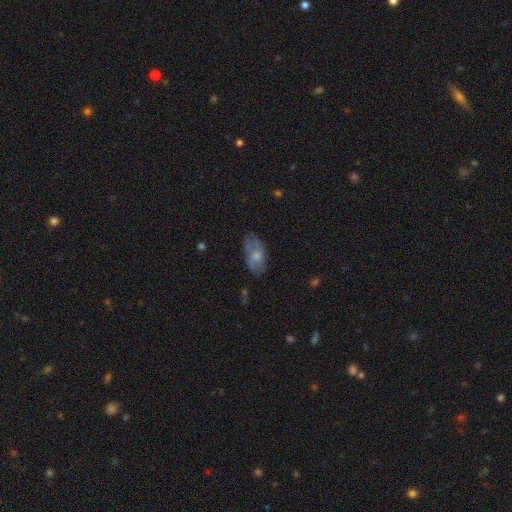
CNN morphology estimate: Smooth or featured: smooth — 57% (featured or disk — 36%)
How rounded: in between — 92% (round — 4%)
Merging: none — 59% (minor disturbance — 27%)